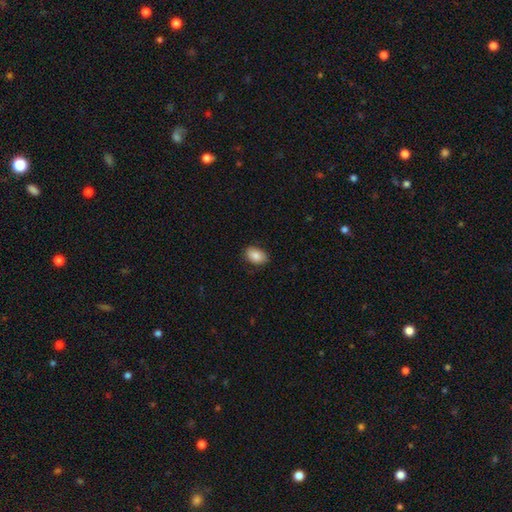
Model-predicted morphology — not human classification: This appears to be a smooth galaxy with no disk features (85%) that is in between round and cigar-shaped (88%). Merging: none (85%).